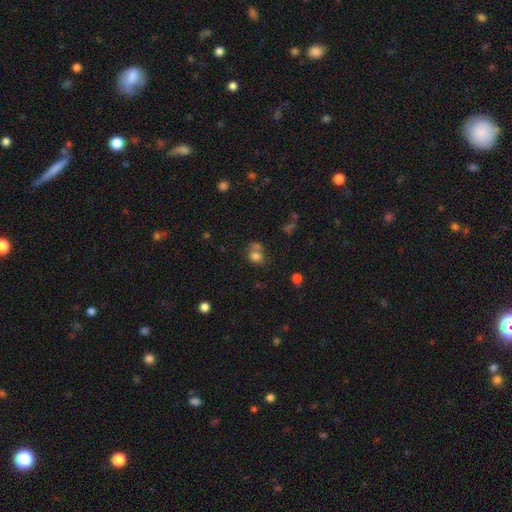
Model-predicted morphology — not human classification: The model was most divided on "merging": none: 46%, merger: 31%, minor disturbance: 15%, major disturbance: 8%. More confident: smooth or featured — smooth (77%); how rounded — round (64%).